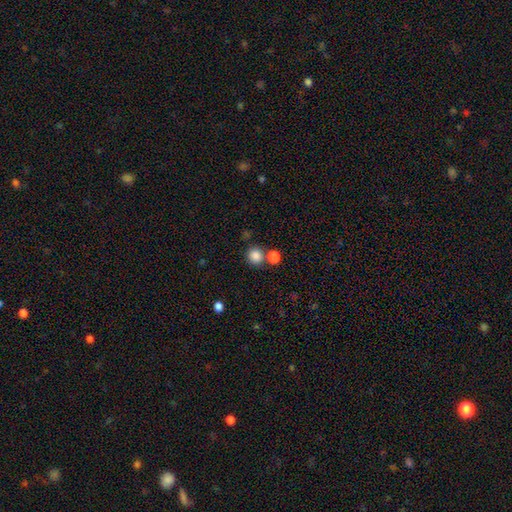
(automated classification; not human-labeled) Overall: smooth (84%). How rounded: round (90%). Merging: none (72%).